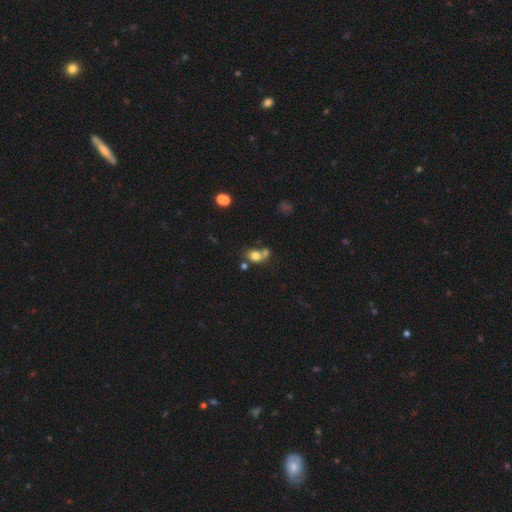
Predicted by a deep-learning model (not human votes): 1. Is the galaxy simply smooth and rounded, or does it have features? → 75% smooth, 13% featured or disk, 13% star or artifact.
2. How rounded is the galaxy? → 52% round, 47% in between, 1% cigar-shaped.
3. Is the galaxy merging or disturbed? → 44% merger, 39% none, 11% minor disturbance, 6% major disturbance.